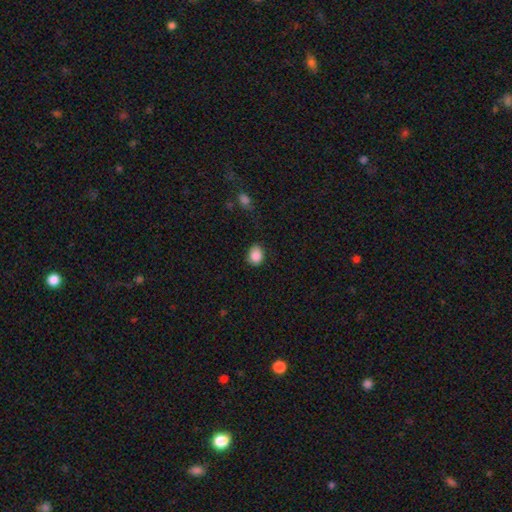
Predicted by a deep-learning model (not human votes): Smooth or featured: smooth — 87% (star or artifact — 9%)
How rounded: in between — 51% (round — 48%)
Merging: none — 77% (minor disturbance — 18%)